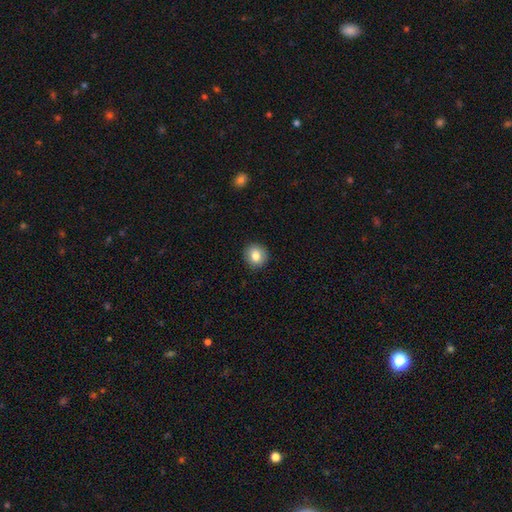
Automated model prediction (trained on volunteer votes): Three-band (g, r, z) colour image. It shows a smooth galaxy with no disk features (83%) that is round (88%). Merging: none (92%).